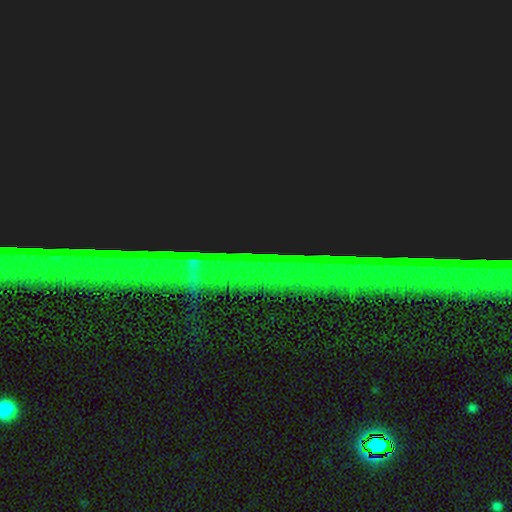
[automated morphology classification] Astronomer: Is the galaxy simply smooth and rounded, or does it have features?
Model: star or artifact — 81%.